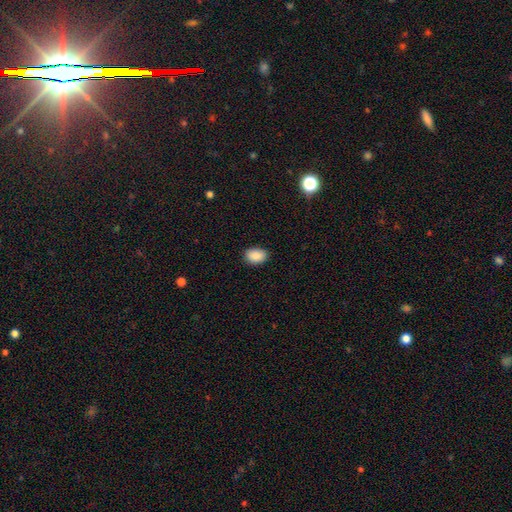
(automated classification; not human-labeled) smooth 89%, star or artifact 8%, featured or disk 4%. Down the decision tree: how rounded — in between (79%); merging — none (87%).